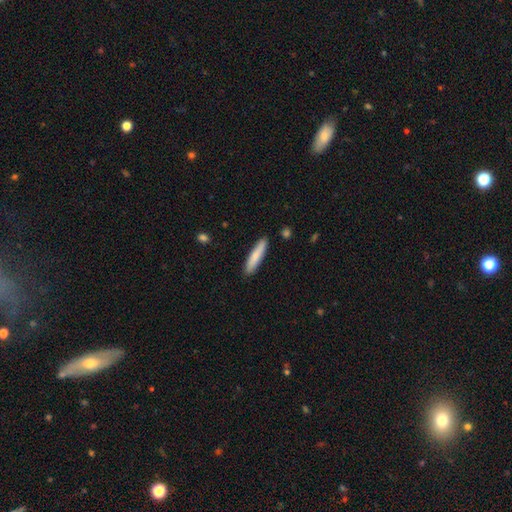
Smooth or featured?
  - smooth: 75% *
  - featured or disk: 19%
  - star or artifact: 6%
How rounded?
  - cigar-shaped: 89% *
  - in between: 7%
  - round: 4%
Merging?
  - none: 82% *
  - minor disturbance: 12%
  - major disturbance: 3%
  - merger: 3%